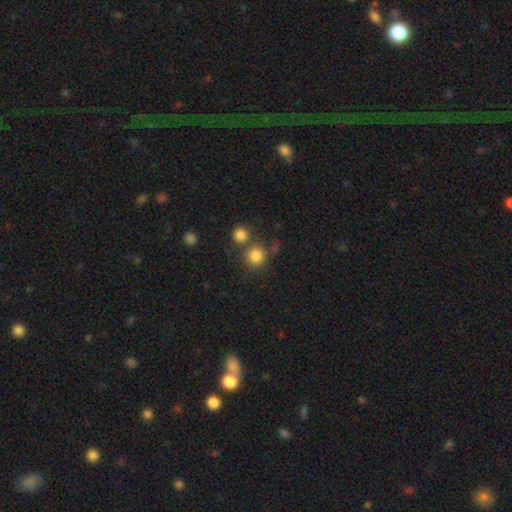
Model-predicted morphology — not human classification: This is clearly a smooth galaxy (82%). How rounded: clearly round (90%). Merging: likely none (68%).